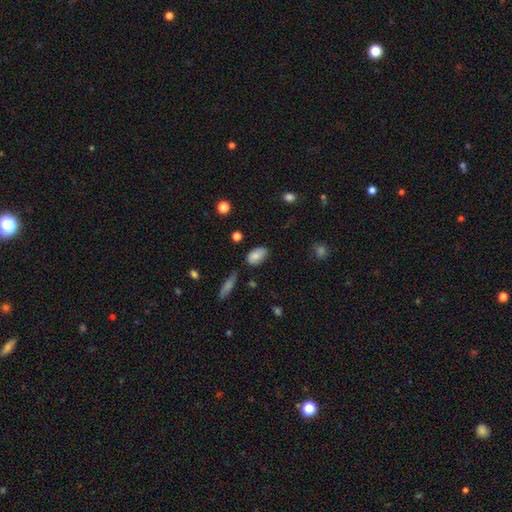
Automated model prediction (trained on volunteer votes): smooth 83%, featured or disk 9%, star or artifact 8%. Down the decision tree: how rounded — in between (93%); merging — none (73%).